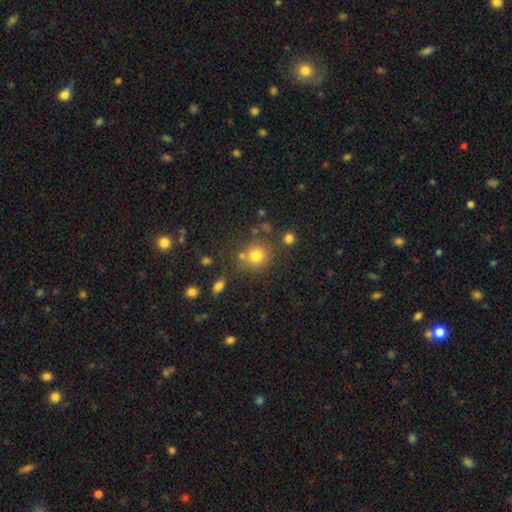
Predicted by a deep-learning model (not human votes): smooth_or_featured: smooth (p=0.77) [alt: star or artifact p=0.15]
how_rounded: round (p=0.83) [alt: in between p=0.16]
merging: none (p=0.70) [alt: merger p=0.13]